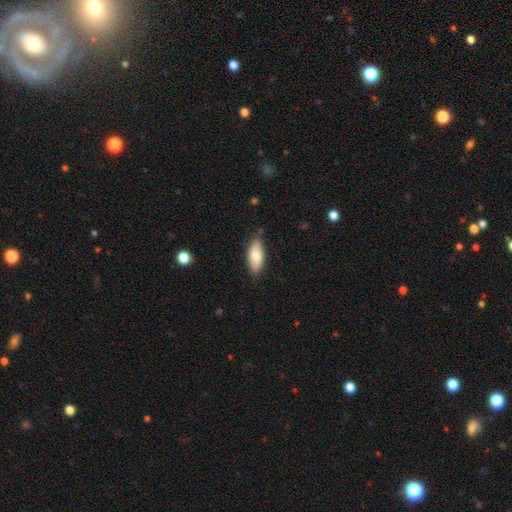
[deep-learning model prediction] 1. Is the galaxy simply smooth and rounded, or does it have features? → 81% smooth, 13% featured or disk, 6% star or artifact.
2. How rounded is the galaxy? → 84% in between, 14% cigar-shaped, 2% round.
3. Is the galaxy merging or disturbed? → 82% none, 14% minor disturbance, 2% major disturbance, 2% merger.